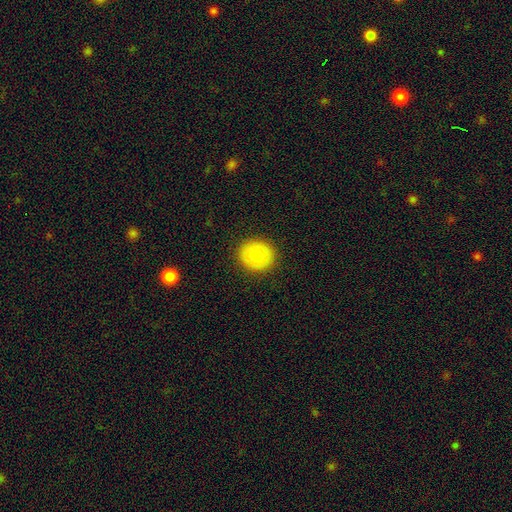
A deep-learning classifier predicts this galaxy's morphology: type=smooth (76%); roundness=round (86%); merging=none (90%).